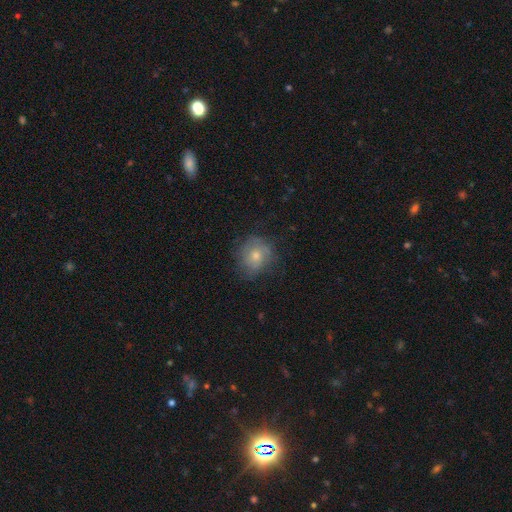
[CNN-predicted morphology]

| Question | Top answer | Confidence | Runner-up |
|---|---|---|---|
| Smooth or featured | smooth | 50% | featured or disk (36%) |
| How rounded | round | 78% | in between (20%) |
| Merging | none | 71% | minor disturbance (20%) |